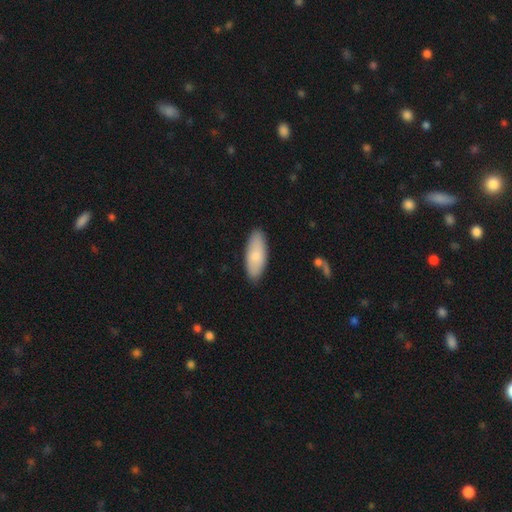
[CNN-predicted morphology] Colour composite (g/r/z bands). It shows a smooth galaxy with no disk features (78%) that is in between round and cigar-shaped (81%). Merging: none (87%).